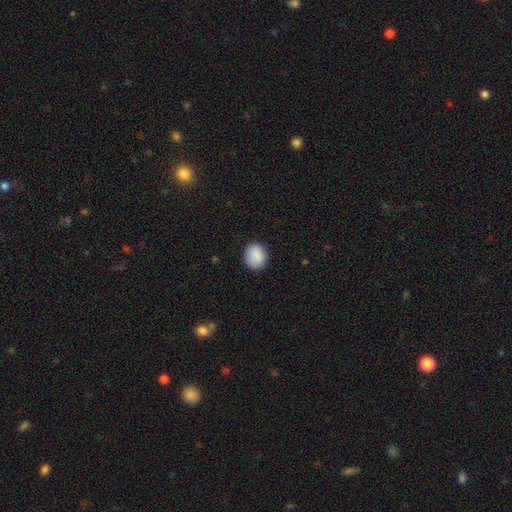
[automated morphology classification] The model was most divided on "how rounded": round: 80%, in between: 19%, cigar-shaped: 1%. More confident: merging — none (90%); smooth or featured — smooth (90%).